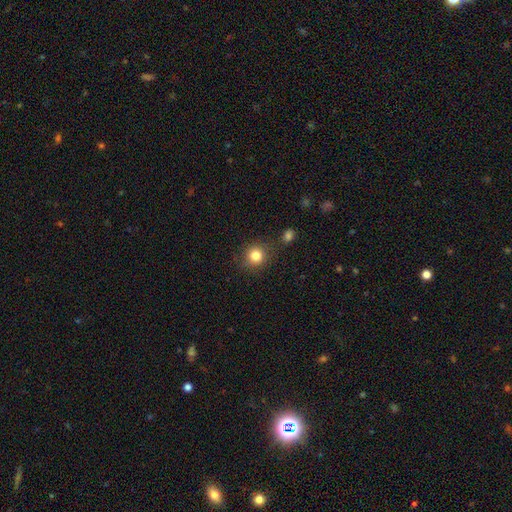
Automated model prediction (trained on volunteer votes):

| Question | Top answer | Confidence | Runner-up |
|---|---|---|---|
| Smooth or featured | smooth | 82% | star or artifact (12%) |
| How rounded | round | 89% | in between (10%) |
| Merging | none | 81% | minor disturbance (11%) |